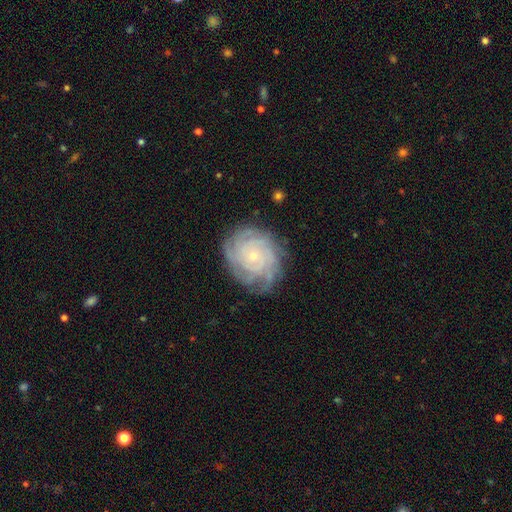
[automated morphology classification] smooth-or-featured: featured or disk: 78% | smooth: 12% | star or artifact: 10%
  disk-edge-on: no: 97% | yes: 3%
    bar: no: 81% | weak: 15% | strong: 4%
    has-spiral-arms: yes: 96% | no: 4%
      spiral-winding: tight: 80% | medium: 17% | loose: 4%
      spiral-arm-count: can't tell: 31% | 4: 24% | more than 4: 14% | 3: 13% | 2: 10% | 1: 7%
    bulge-size: small: 80% | moderate: 16% | none: 2% | large: 1% | dominant: 1%
  merging: none: 80% | minor disturbance: 14% | major disturbance: 5% | merger: 1%